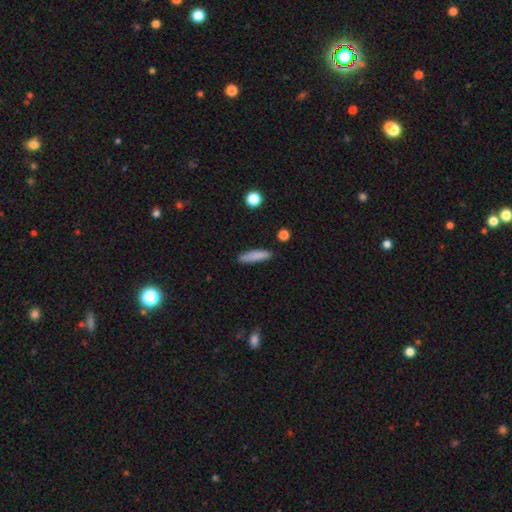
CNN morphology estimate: This appears to be a smooth galaxy with no disk features (84%) that is cigar-shaped (78%). Merging: none (87%).